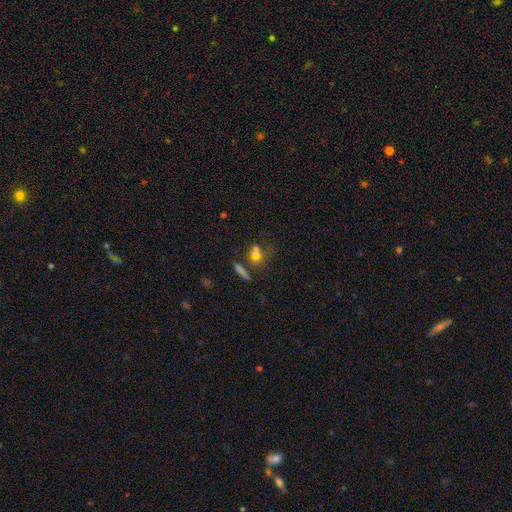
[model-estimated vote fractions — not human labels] smooth 57%, featured or disk 22%, star or artifact 21%. Down the decision tree: how rounded — round (55%); merging — none (45%).